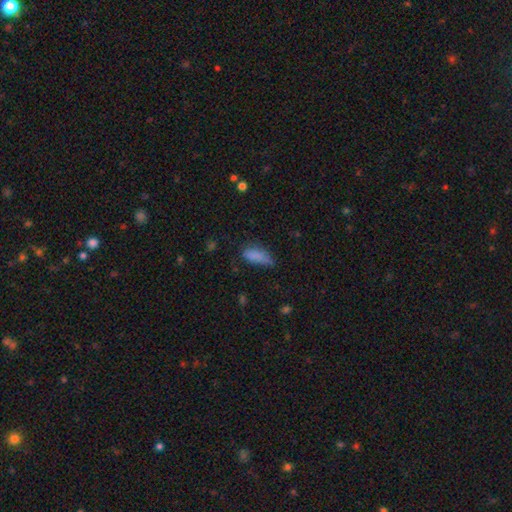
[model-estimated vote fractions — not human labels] Smooth or featured? Predicted: smooth (p=0.81). How rounded? Predicted: in between (p=0.78). Merging? Predicted: none (p=0.43).